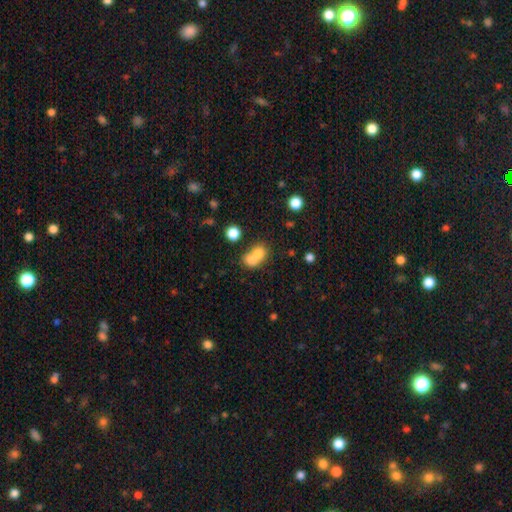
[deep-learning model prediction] This appears to be a smooth galaxy with no disk features (74%) that is round (58%). Merging: merger (65%).